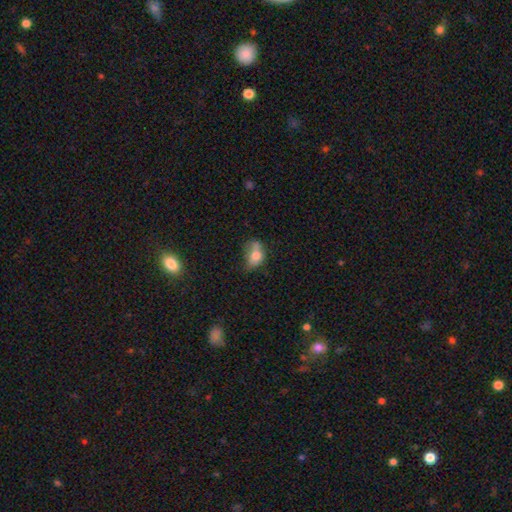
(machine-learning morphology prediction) Overall: smooth (72%). How rounded: in between (70%). Merging: none (34%; minor disturbance 31%).